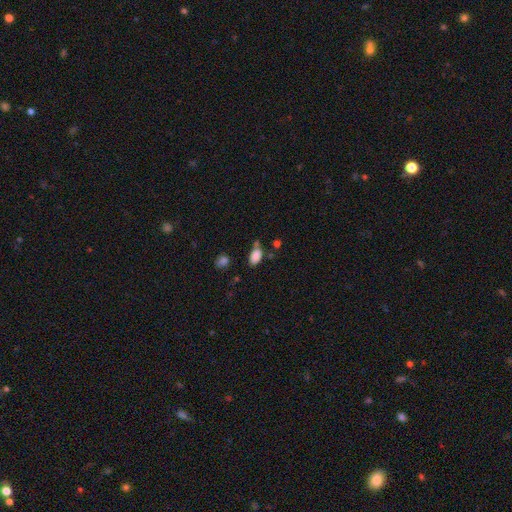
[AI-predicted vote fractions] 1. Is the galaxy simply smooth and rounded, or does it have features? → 85% smooth, 10% star or artifact, 5% featured or disk.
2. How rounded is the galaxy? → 91% in between, 6% round, 2% cigar-shaped.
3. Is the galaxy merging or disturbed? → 62% none, 20% minor disturbance, 12% merger, 5% major disturbance.